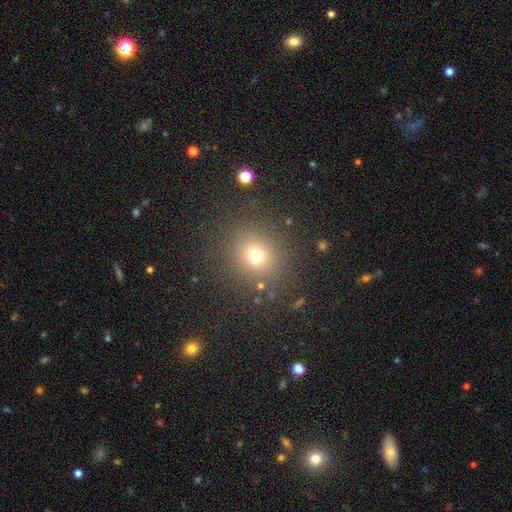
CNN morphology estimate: A smooth galaxy with no disk features (70%) that is round (83%). Merging: none (81%).